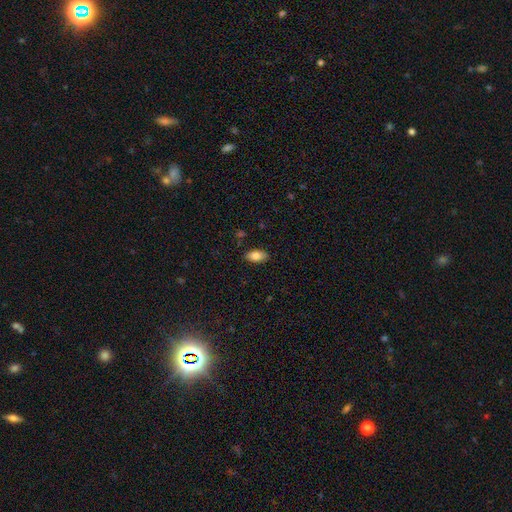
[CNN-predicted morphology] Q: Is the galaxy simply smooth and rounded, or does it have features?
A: smooth — 83%.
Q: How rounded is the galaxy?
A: in between — 92%.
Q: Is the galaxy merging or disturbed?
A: none — 87%.